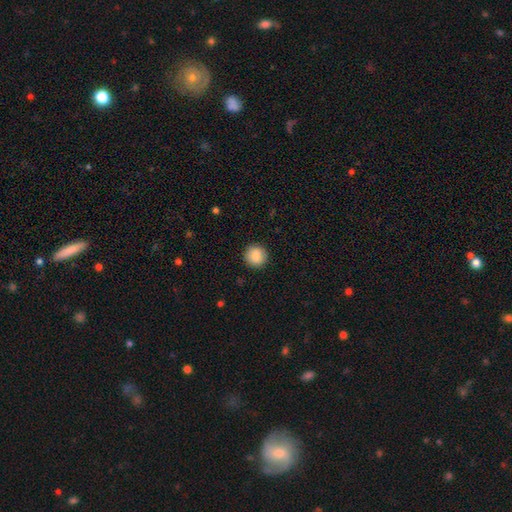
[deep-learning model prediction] smooth 85%, star or artifact 8%, featured or disk 7%. Down the decision tree: how rounded — round (94%); merging — none (92%).